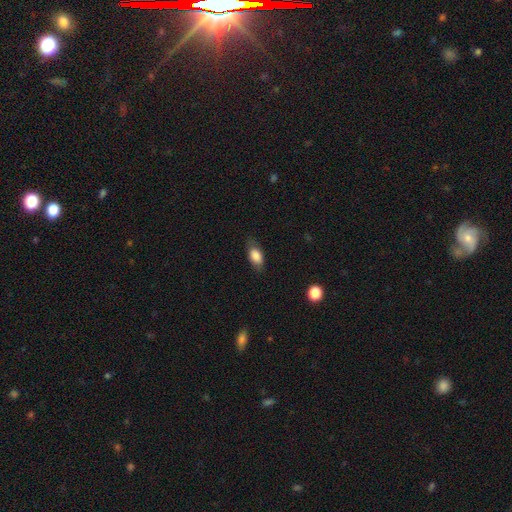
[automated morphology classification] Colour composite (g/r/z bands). It shows a smooth galaxy with no disk features (82%) that is in between round and cigar-shaped (87%). Merging: none (76%).